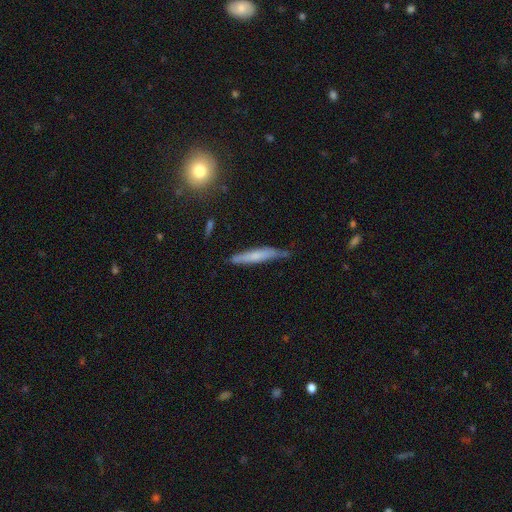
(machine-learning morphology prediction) type=smooth (58%); roundness=cigar-shaped (92%); merging=none (71%).